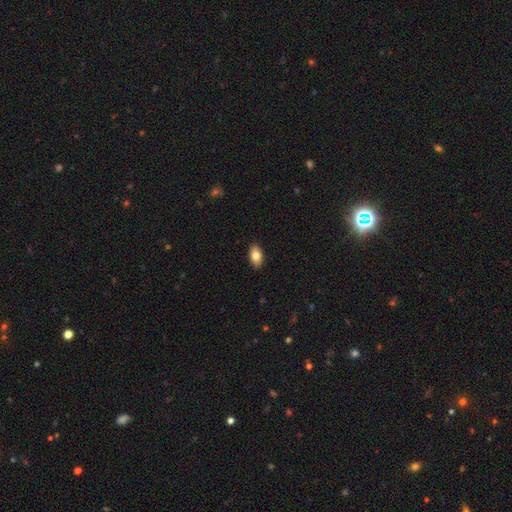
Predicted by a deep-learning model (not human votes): smooth-or-featured: smooth: 81% | featured or disk: 12% | star or artifact: 7%
  how-rounded: in between: 92% | round: 6% | cigar-shaped: 2%
  merging: none: 90% | minor disturbance: 7% | major disturbance: 2% | merger: 1%